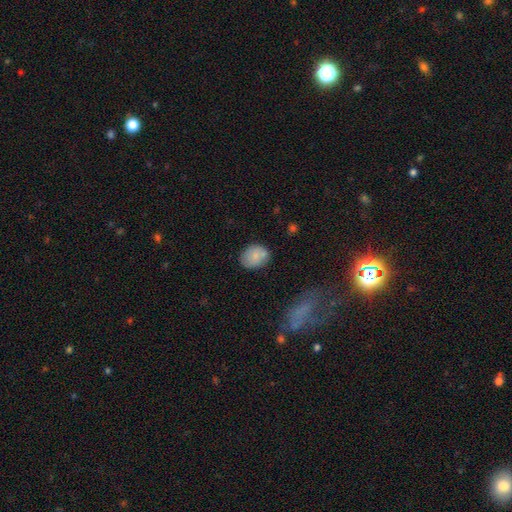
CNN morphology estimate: type=smooth (79%); roundness=round (50%); merging=none (69%).